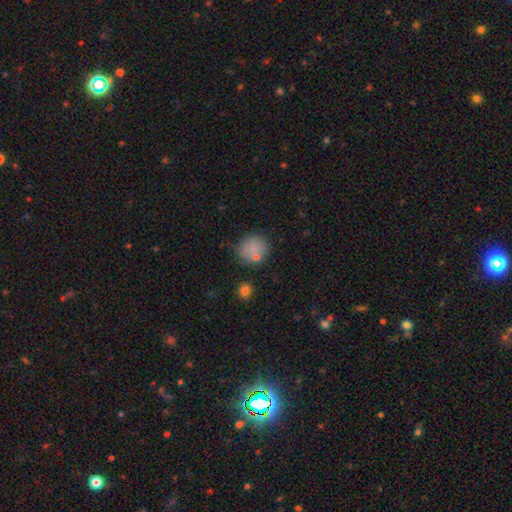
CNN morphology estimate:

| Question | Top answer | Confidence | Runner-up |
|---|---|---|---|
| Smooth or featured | smooth | 79% | star or artifact (14%) |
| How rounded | round | 84% | in between (15%) |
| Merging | none | 76% | minor disturbance (12%) |